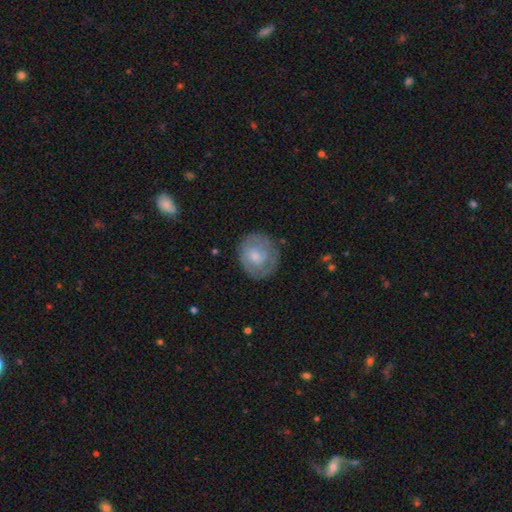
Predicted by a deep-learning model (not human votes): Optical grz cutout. It shows a smooth galaxy with no disk features (50%) that is round (82%). Merging: none (73%).